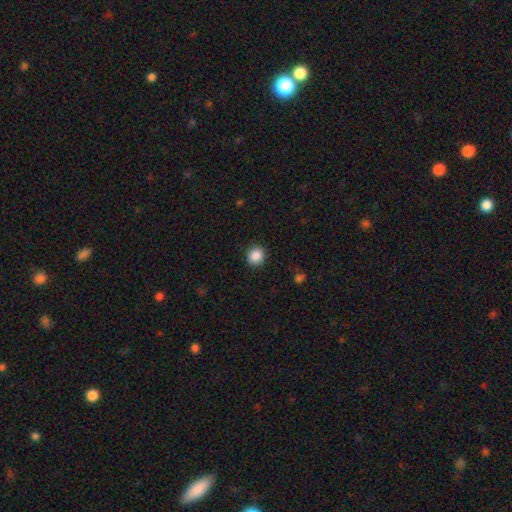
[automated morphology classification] This appears to be a smooth galaxy with no disk features (88%) that is round (83%). Merging: none (90%).